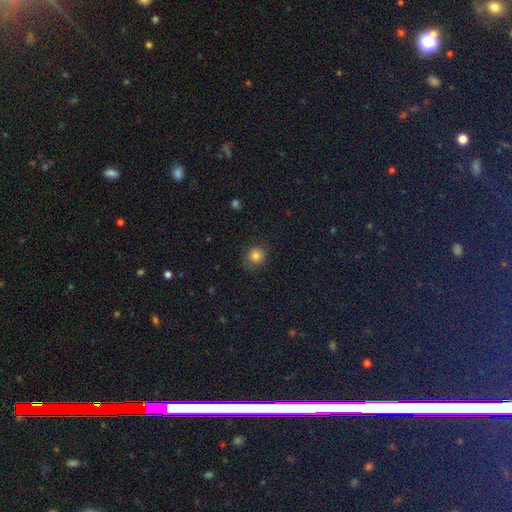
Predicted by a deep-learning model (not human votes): Smooth or featured?
  - smooth: 82% *
  - star or artifact: 12%
  - featured or disk: 6%
How rounded?
  - round: 82% *
  - in between: 17%
  - cigar-shaped: 1%
Merging?
  - none: 78% *
  - minor disturbance: 16%
  - major disturbance: 5%
  - merger: 1%